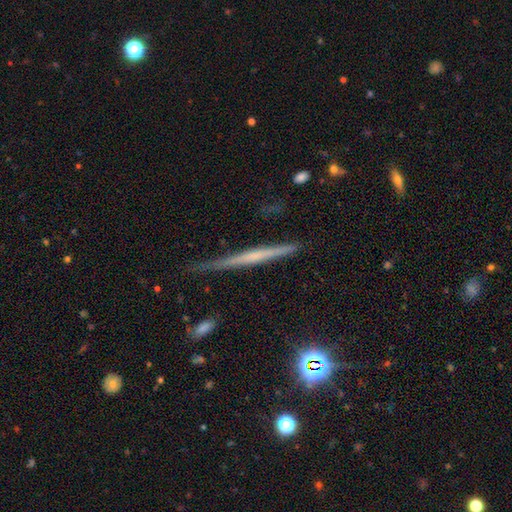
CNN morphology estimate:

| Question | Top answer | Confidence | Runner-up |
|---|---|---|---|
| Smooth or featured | featured or disk | 60% | smooth (30%) |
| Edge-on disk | yes | 97% | no (3%) |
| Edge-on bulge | none | 69% | rounded (22%) |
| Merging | none | 79% | minor disturbance (17%) |